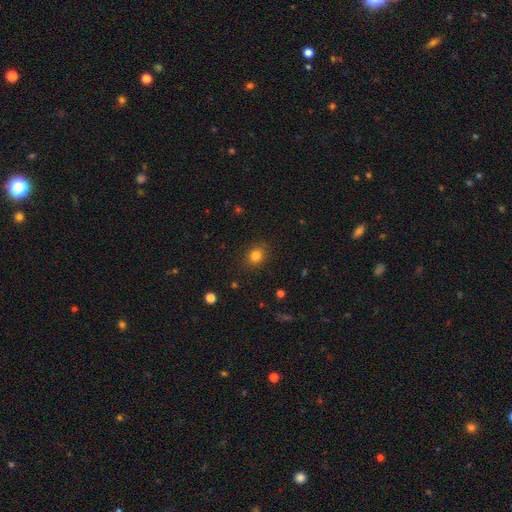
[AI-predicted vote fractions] Smooth or featured: smooth — 82% (star or artifact — 12%)
How rounded: round — 70% (in between — 29%)
Merging: none — 88% (minor disturbance — 9%)